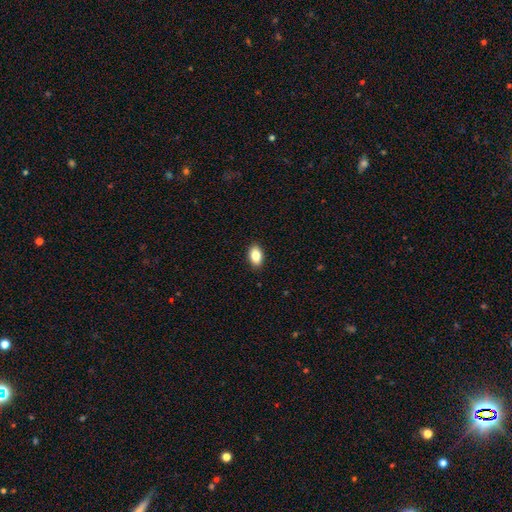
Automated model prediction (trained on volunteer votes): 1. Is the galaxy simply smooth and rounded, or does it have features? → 84% smooth, 9% featured or disk, 8% star or artifact.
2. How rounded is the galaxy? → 90% in between, 8% round, 2% cigar-shaped.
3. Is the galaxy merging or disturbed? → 90% none, 7% minor disturbance, 2% major disturbance, 1% merger.